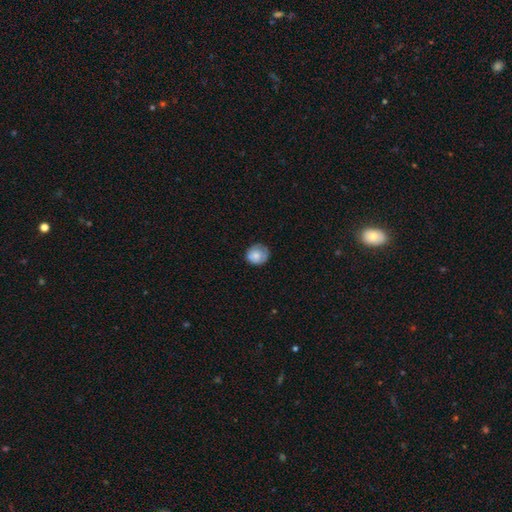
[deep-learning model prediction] This appears to be a smooth galaxy with no disk features (75%) that is round (80%). Merging: none (70%).